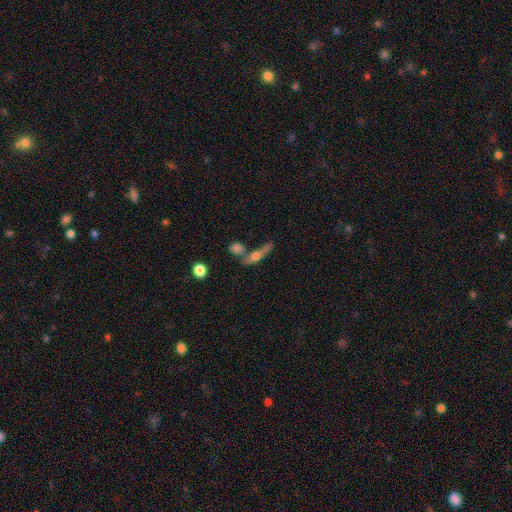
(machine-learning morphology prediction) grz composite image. It shows a smooth galaxy with no disk features (45%, tied with featured or disk). Merging: none (40%).